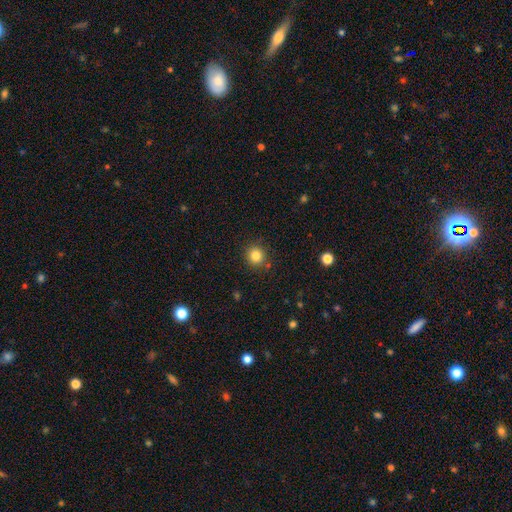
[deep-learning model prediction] Morphology: type=smooth (84%); roundness=round (91%); merging=none (87%).